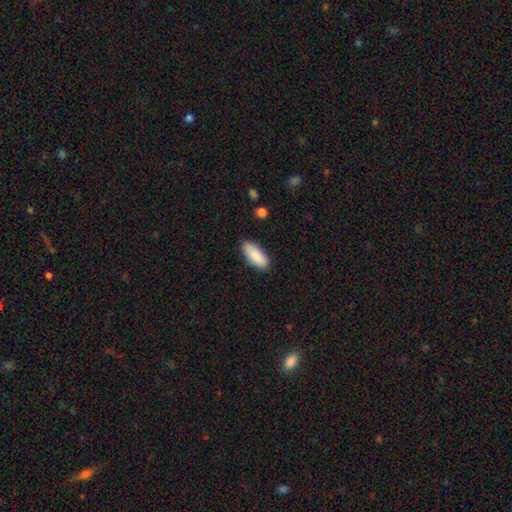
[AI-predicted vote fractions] This appears to be a smooth galaxy with no disk features (88%) that is in between round and cigar-shaped (80%). Merging: none (86%).